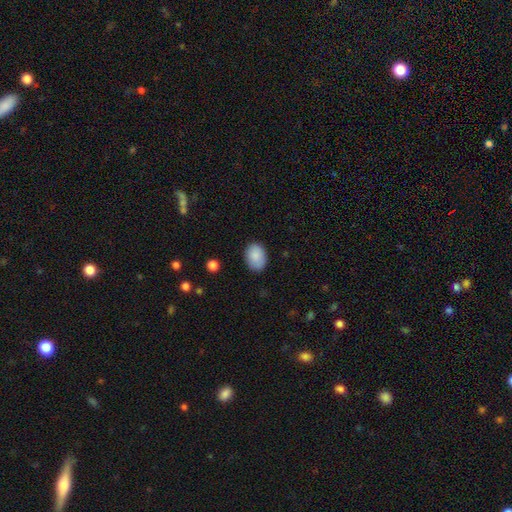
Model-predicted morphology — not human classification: Smooth or featured? Predicted: smooth (p=0.88). How rounded? Predicted: in between (p=0.80). Merging? Predicted: none (p=0.84).